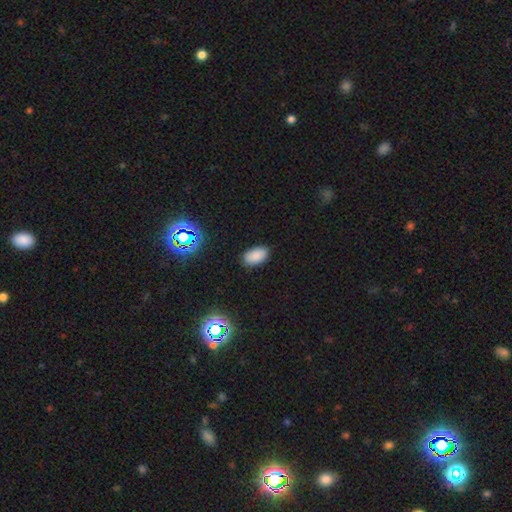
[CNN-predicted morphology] smooth 84%, star or artifact 12%, featured or disk 4%. Down the decision tree: how rounded — in between (93%); merging — none (86%).